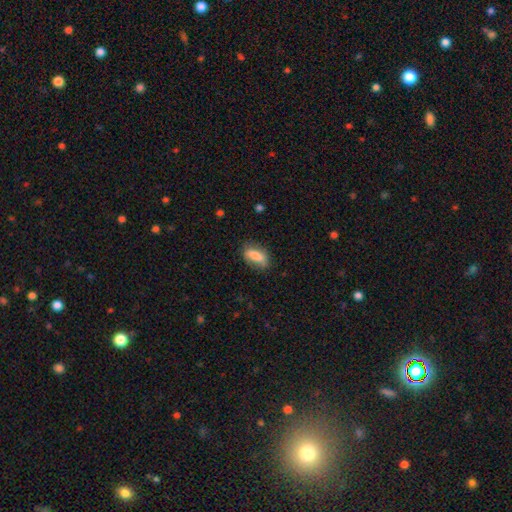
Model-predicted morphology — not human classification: Smooth or featured: smooth — 75% (featured or disk — 17%)
How rounded: in between — 80% (cigar-shaped — 15%)
Merging: none — 70% (minor disturbance — 22%)